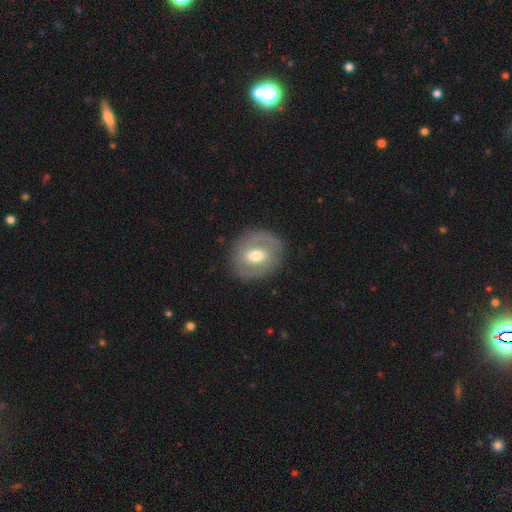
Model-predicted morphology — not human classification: The model was most divided on "smooth or featured": featured or disk: 51%, smooth: 43%, star or artifact: 6%. More confident: edge-on disk — no (95%); merging — none (84%).